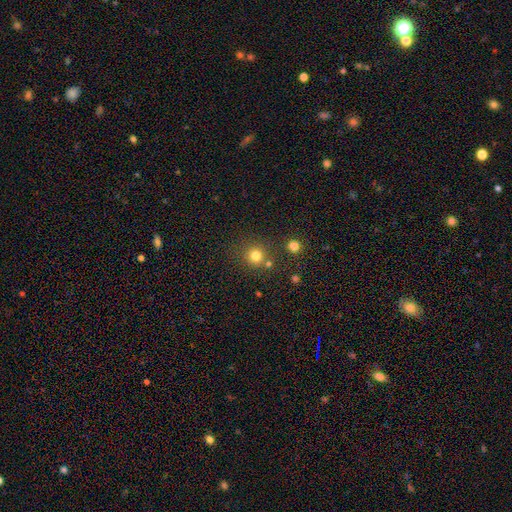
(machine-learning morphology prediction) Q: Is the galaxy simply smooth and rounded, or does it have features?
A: smooth — 79%.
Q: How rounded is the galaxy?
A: round — 93%.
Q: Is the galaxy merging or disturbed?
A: none — 79%.